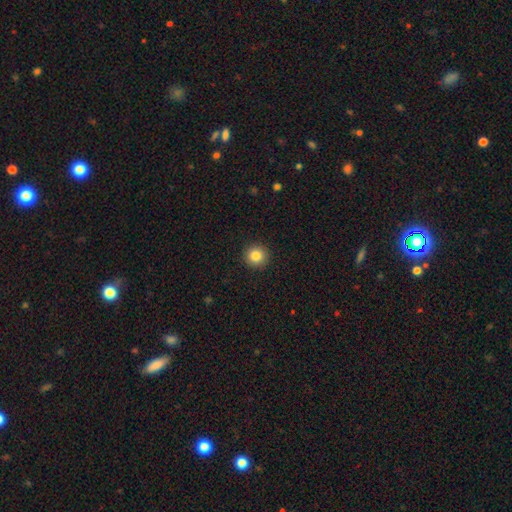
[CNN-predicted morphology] This appears to be a smooth galaxy with no disk features (84%) that is round (94%). Merging: none (92%).